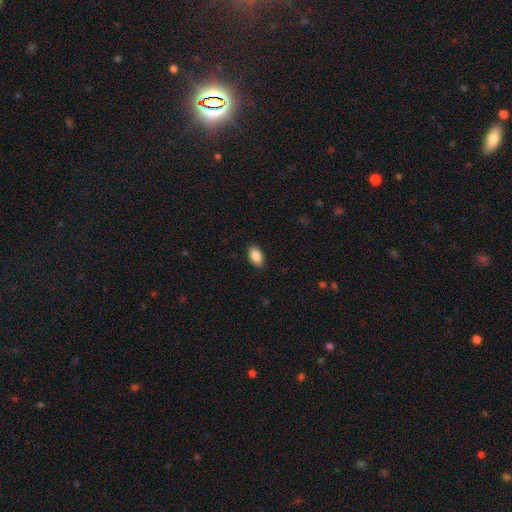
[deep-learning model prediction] This is clearly a smooth galaxy (89%). How rounded: clearly in between (93%). Merging: clearly none (89%).